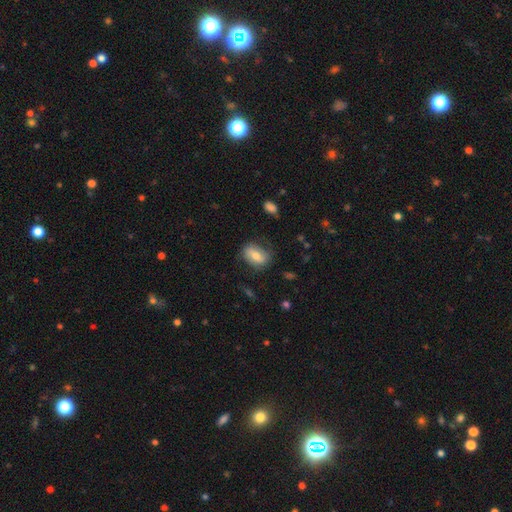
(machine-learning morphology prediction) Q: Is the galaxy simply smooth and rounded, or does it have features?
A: smooth — 64%.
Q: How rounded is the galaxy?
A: in between — 79%.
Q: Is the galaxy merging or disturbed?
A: none — 69%.